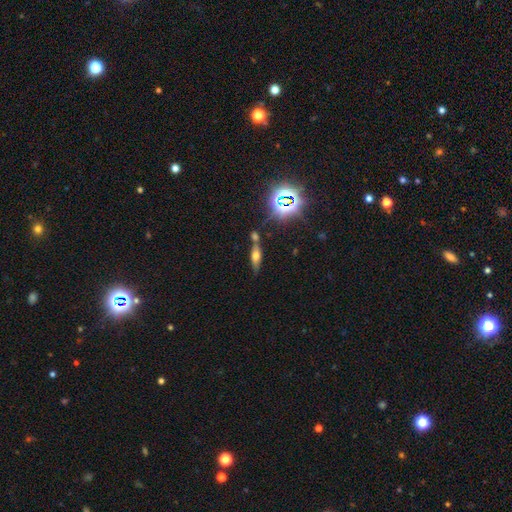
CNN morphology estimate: Smooth or featured? smooth (44%)
Merging? none (61%)